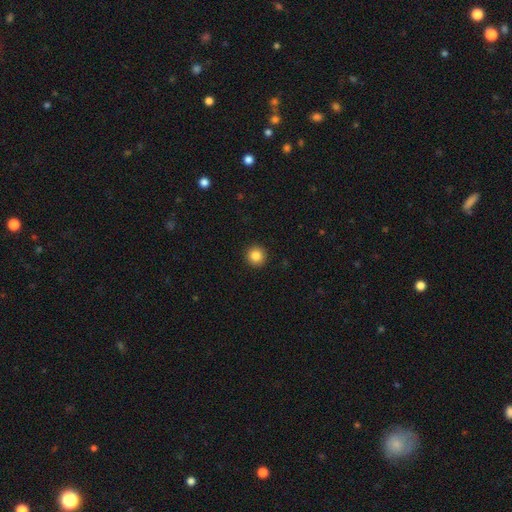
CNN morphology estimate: The model was most divided on "smooth or featured": smooth: 85%, star or artifact: 10%, featured or disk: 5%. More confident: how rounded — round (95%); merging — none (93%).